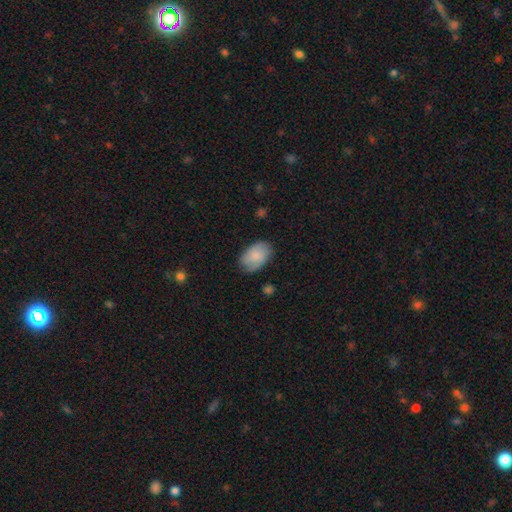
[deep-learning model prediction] A smooth galaxy with no disk features (74%) that is in between round and cigar-shaped (90%). Merging: none (72%).